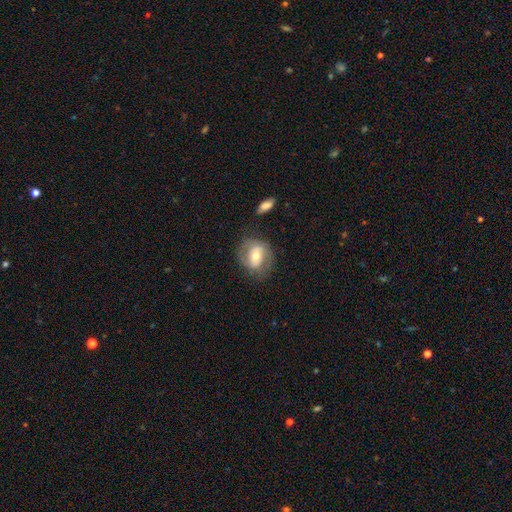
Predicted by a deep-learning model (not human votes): smooth-or-featured: featured or disk: 54% | smooth: 39% | star or artifact: 7%
  disk-edge-on: no: 95% | yes: 5%
    bar: no: 43% | weak: 35% | strong: 22%
    has-spiral-arms: yes: 60% | no: 40%
    bulge-size: moderate: 65% | small: 26% | large: 7% | dominant: 1% | none: 1%
  merging: none: 68% | minor disturbance: 19% | major disturbance: 11% | merger: 3%